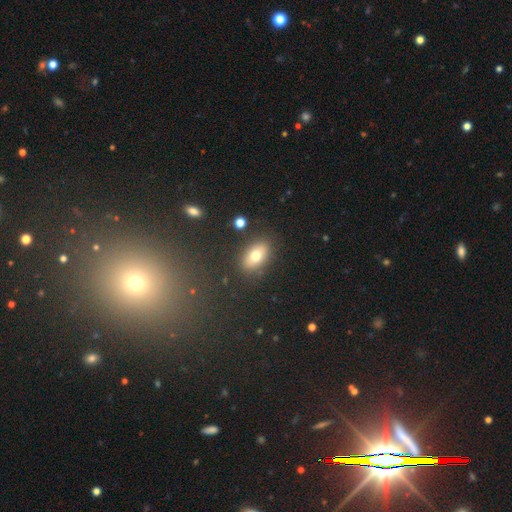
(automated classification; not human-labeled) smooth_or_featured: smooth (p=0.74) [alt: featured or disk p=0.16]
how_rounded: in between (p=0.86) [alt: round p=0.10]
merging: none (p=0.83) [alt: minor disturbance p=0.11]